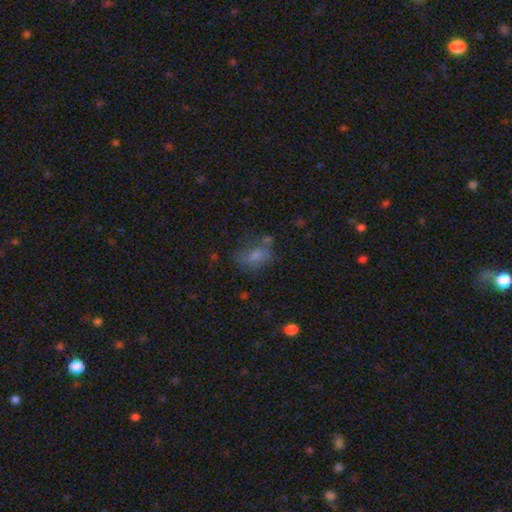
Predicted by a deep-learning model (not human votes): A smooth galaxy with no disk features (67%) that is in between round and cigar-shaped (77%). Merging: none (46%).